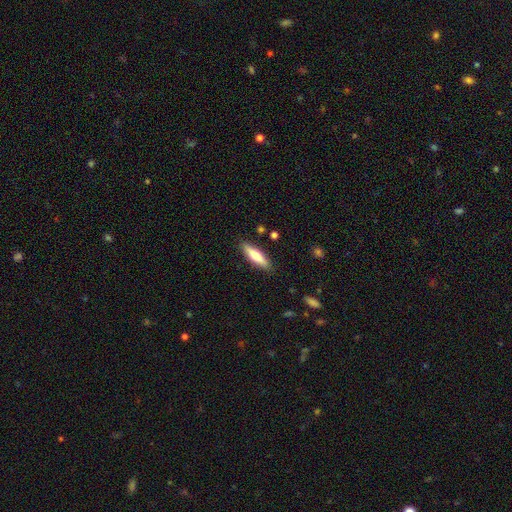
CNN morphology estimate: A smooth galaxy with no disk features (63%) that is cigar-shaped (67%).

Vote fractions:
- Smooth or featured? smooth: 63% / featured or disk: 31% / star or artifact: 6%
- How rounded? cigar-shaped: 67% / in between: 31% / round: 2%
- Merging? none: 87% / minor disturbance: 9% / major disturbance: 2% / merger: 2%